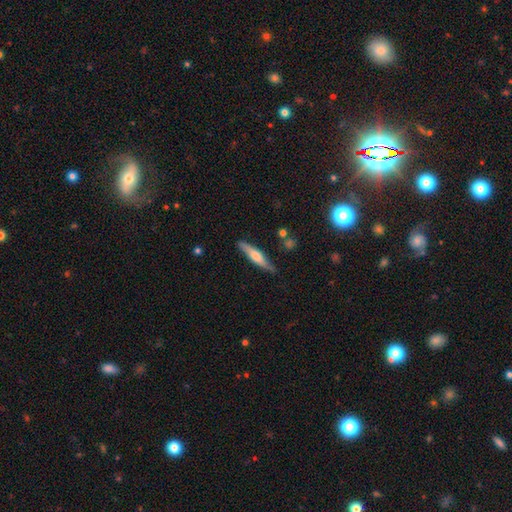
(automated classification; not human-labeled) Overall: featured or disk (50%; smooth 44%). Edge-on disk: yes (92%). Merging: none (82%).